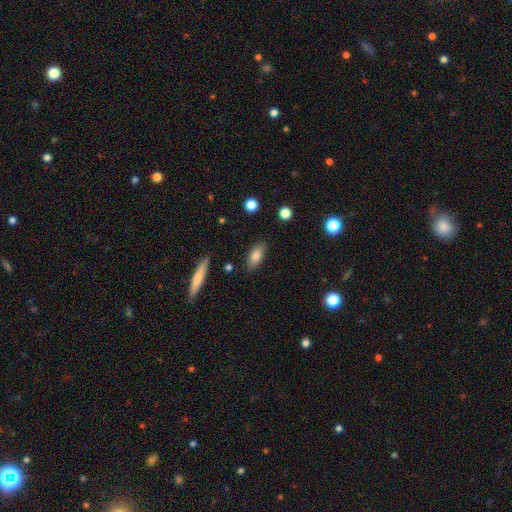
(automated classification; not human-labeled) The model was most divided on "smooth or featured": smooth: 80%, featured or disk: 12%, star or artifact: 7%. More confident: merging — none (84%); how rounded — in between (84%).